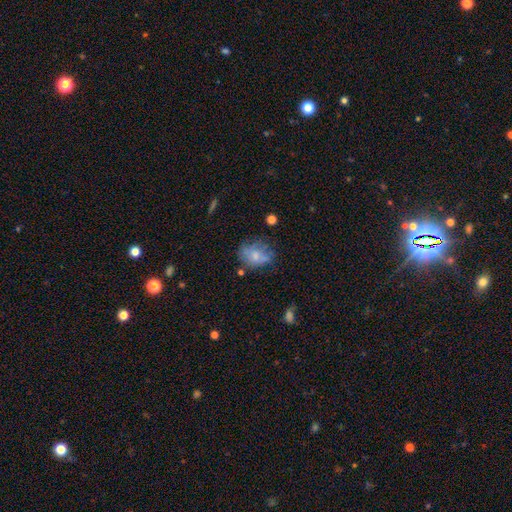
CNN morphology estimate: The model was most divided on "how rounded": in between: 57%, round: 42%, cigar-shaped: 1%. Remaining: smooth or featured — smooth (64%); merging — none (48%).